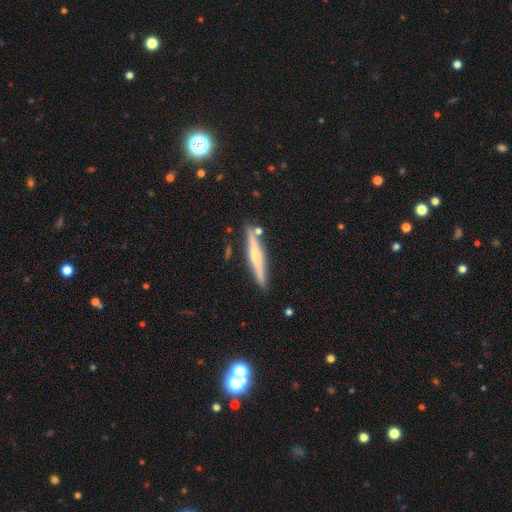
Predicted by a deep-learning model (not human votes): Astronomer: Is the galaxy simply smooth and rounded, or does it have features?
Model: featured or disk — 59% (runner-up: smooth, 35%).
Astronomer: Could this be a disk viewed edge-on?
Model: yes — 97%.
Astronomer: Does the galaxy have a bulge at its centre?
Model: rounded — 70%.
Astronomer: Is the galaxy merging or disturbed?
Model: none — 84%.